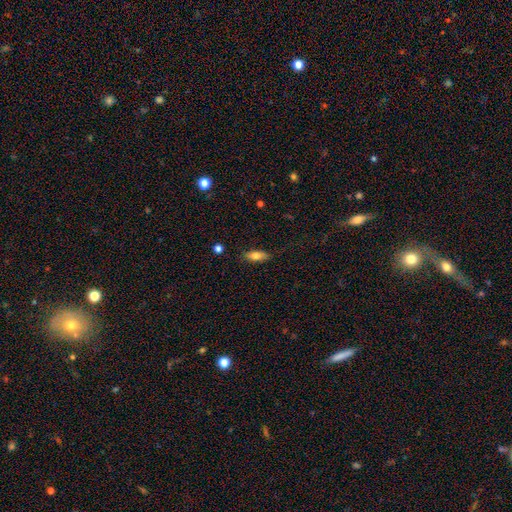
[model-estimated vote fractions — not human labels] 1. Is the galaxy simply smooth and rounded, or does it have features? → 75% smooth, 18% featured or disk, 7% star or artifact.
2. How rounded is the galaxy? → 72% in between, 25% cigar-shaped, 3% round.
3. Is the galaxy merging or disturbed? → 84% none, 12% minor disturbance, 3% major disturbance, 1% merger.